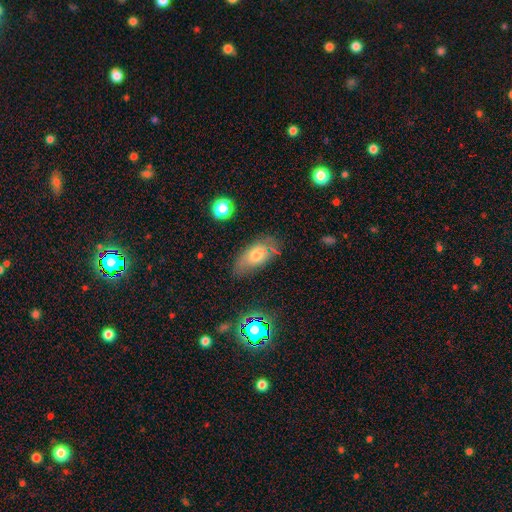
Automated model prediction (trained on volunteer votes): Smooth or featured? smooth (48%)
Merging? none (72%)